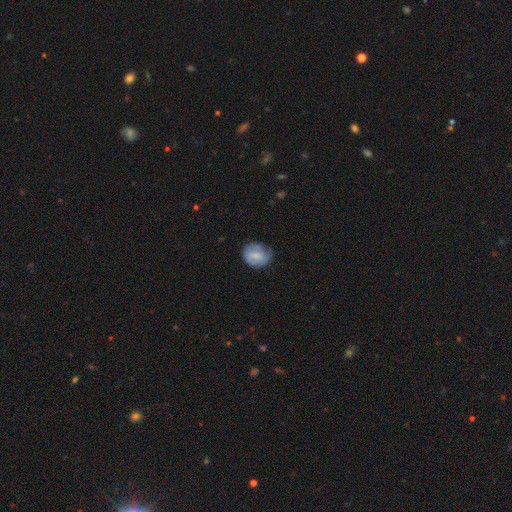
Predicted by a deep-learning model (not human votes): Q: Smooth or featured?
A: smooth (69%); runner-up: featured or disk (24%)
Q: How rounded?
A: round (62%); runner-up: in between (37%)
Q: Merging?
A: none (65%); runner-up: minor disturbance (26%)